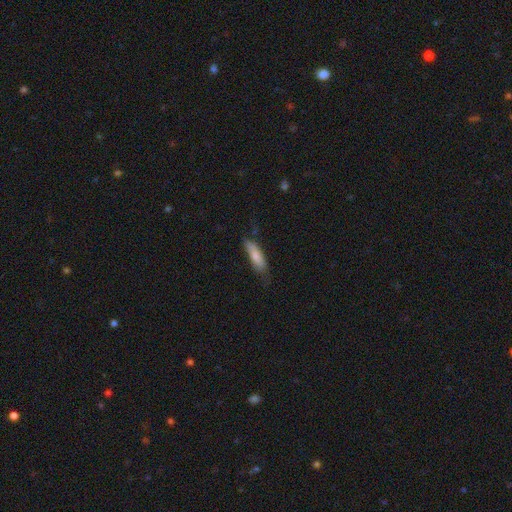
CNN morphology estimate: smooth-or-featured: smooth: 77% | featured or disk: 17% | star or artifact: 6%
  how-rounded: cigar-shaped: 54% | in between: 45% | round: 2%
  merging: none: 58% | minor disturbance: 31% | major disturbance: 9% | merger: 2%